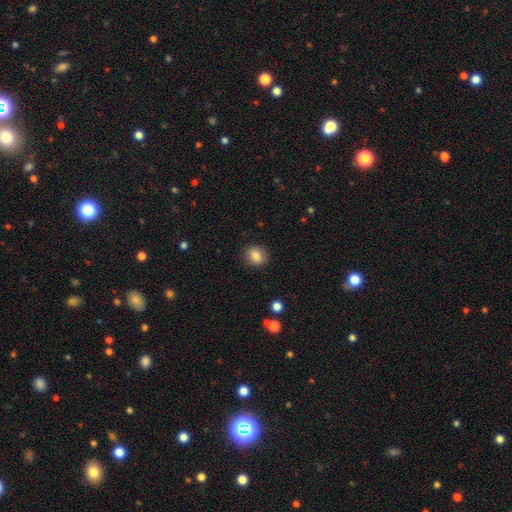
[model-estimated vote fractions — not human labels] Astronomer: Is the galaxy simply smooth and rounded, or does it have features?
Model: smooth — 84%.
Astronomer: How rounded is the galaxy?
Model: round — 69%.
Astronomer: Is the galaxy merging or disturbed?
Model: none — 89%.